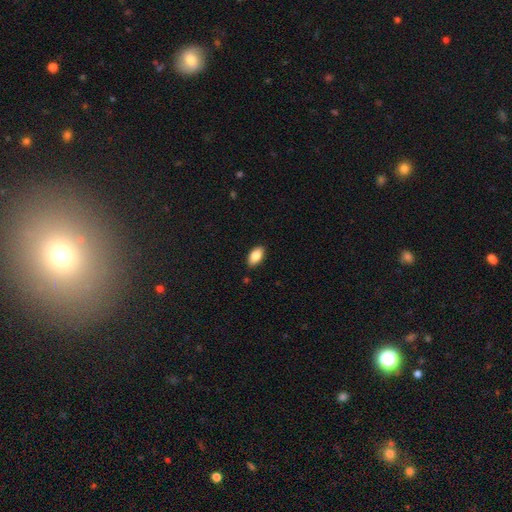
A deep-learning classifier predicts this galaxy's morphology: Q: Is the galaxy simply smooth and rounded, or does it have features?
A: smooth — 84%.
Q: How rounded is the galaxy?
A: in between — 92%.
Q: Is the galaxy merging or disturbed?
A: none — 88%.